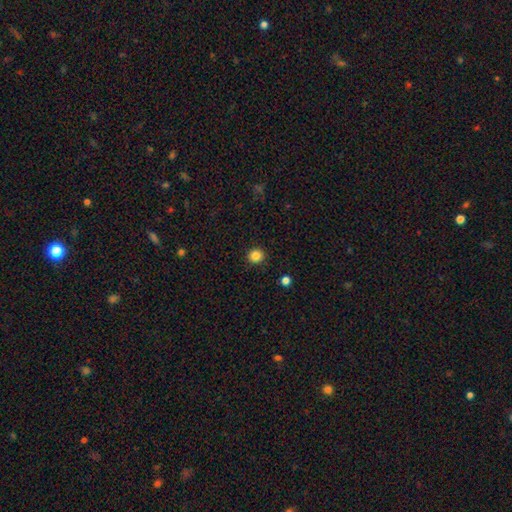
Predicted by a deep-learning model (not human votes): This is clearly a smooth galaxy (85%). How rounded: clearly round (87%). Merging: clearly none (92%).